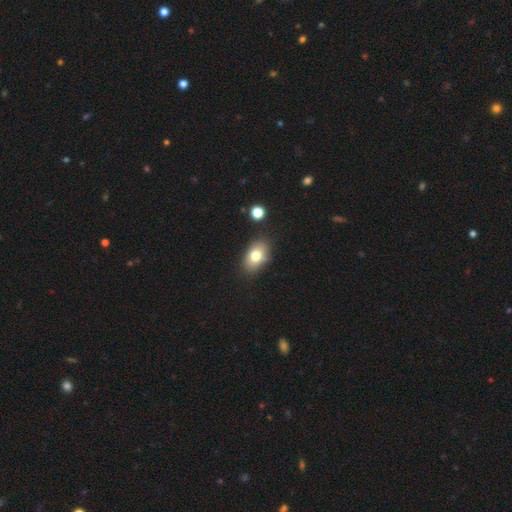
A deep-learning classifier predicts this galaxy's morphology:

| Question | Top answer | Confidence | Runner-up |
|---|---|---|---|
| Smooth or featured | smooth | 77% | featured or disk (13%) |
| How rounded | in between | 86% | round (13%) |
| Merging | none | 80% | minor disturbance (13%) |